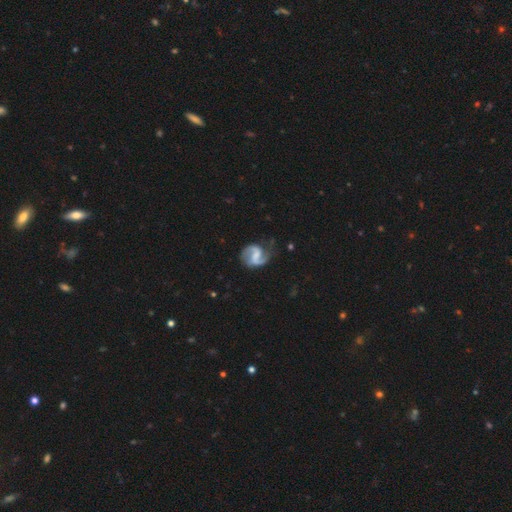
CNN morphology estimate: smooth-or-featured: featured or disk: 87% | smooth: 9% | star or artifact: 5%
  disk-edge-on: no: 98% | yes: 2%
    bar: weak: 51% | strong: 26% | no: 23%
    has-spiral-arms: yes: 97% | no: 3%
      spiral-winding: medium: 49% | loose: 36% | tight: 15%
      spiral-arm-count: 2: 90% | 1: 4% | can't tell: 3% | 3: 1% | 4: 1% | more than 4: 1%
    bulge-size: none: 39% | small: 31% | moderate: 24% | large: 6% | dominant: 1%
  merging: none: 71% | minor disturbance: 18% | major disturbance: 8% | merger: 2%